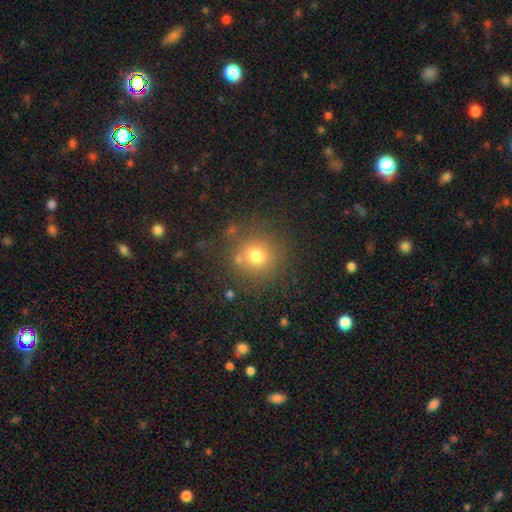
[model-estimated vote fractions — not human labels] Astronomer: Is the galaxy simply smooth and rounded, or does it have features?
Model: smooth — 74%.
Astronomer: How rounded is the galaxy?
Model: round — 92%.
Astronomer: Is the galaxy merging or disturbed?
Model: none — 82%.